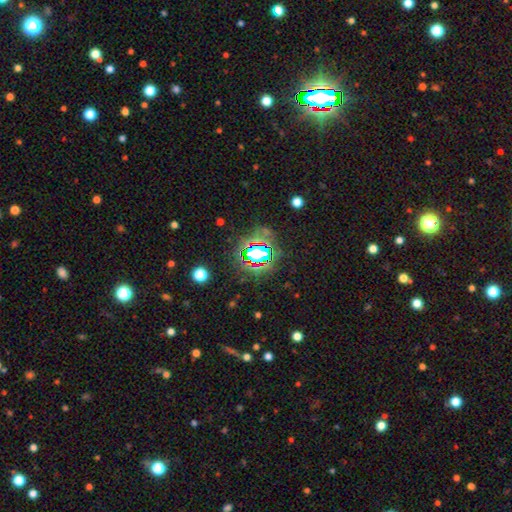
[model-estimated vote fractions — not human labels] Smooth or featured? star or artifact (68%)